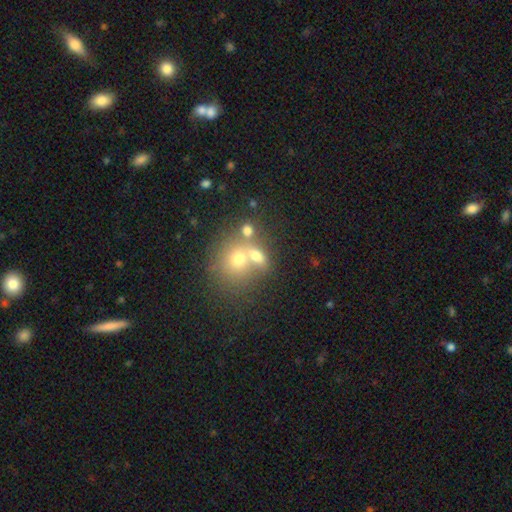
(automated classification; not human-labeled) Q: Smooth or featured?
A: smooth (67%); runner-up: featured or disk (19%)
Q: How rounded?
A: round (53%); runner-up: in between (44%)
Q: Merging?
A: merger (50%); runner-up: none (36%)